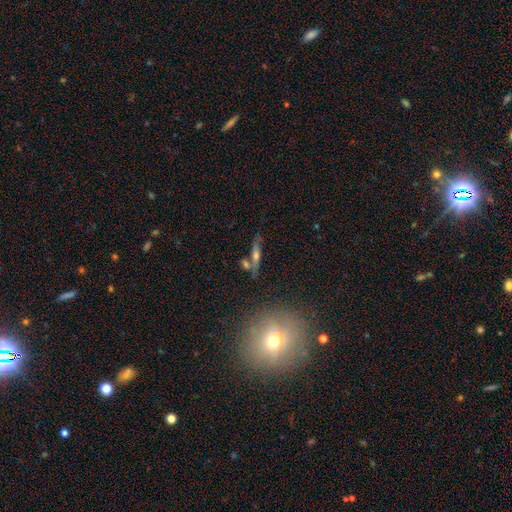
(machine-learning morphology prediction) Smooth or featured? Predicted: featured or disk (p=0.54). Edge-on disk? Predicted: yes (p=0.80). Merging? Predicted: none (p=0.68).